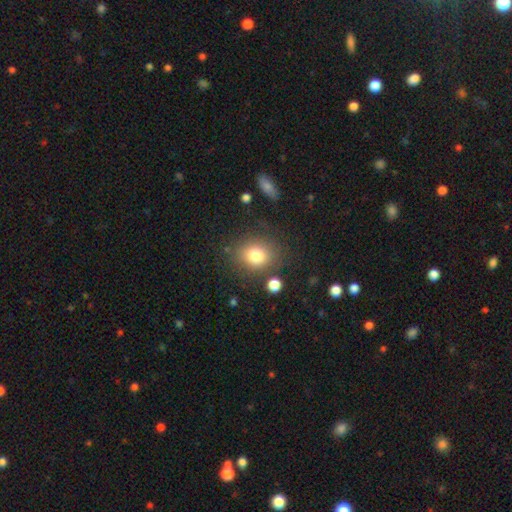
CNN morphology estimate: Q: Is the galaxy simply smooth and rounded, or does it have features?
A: smooth — 79%.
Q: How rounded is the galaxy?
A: round — 62%.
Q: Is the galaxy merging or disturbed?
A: none — 77%.